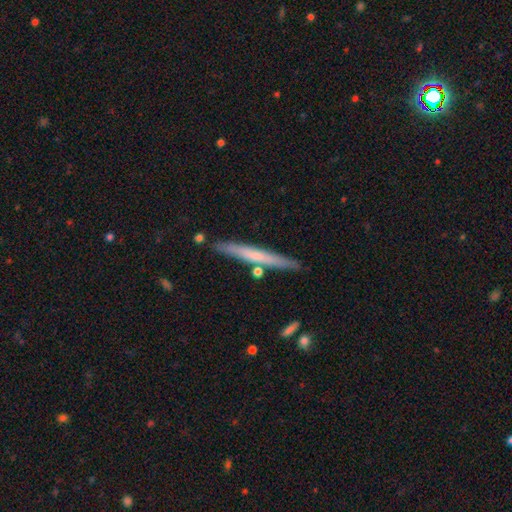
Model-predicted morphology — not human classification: Smooth or featured? smooth (52%)
How rounded? cigar-shaped (96%)
Merging? none (85%)